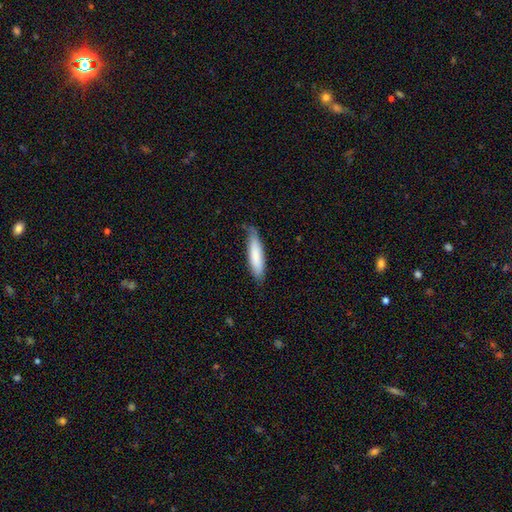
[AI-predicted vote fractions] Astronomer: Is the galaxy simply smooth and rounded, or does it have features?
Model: smooth — 81%.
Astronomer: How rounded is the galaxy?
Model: cigar-shaped — 73%.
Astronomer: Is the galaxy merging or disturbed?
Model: none — 73%.